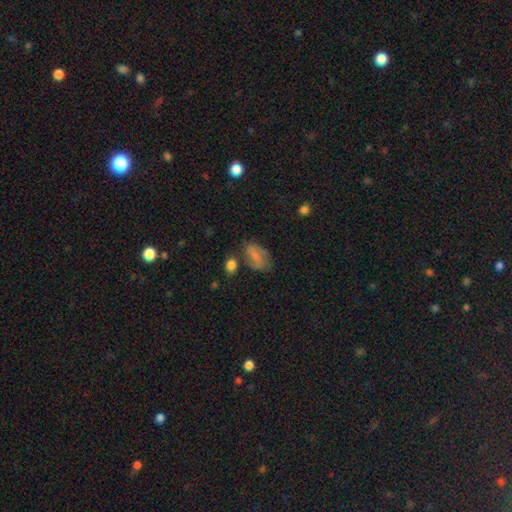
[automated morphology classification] smooth-or-featured: smooth: 58% | featured or disk: 31% | star or artifact: 11%
  how-rounded: in between: 86% | round: 10% | cigar-shaped: 4%
  merging: none: 57% | minor disturbance: 24% | major disturbance: 11% | merger: 9%